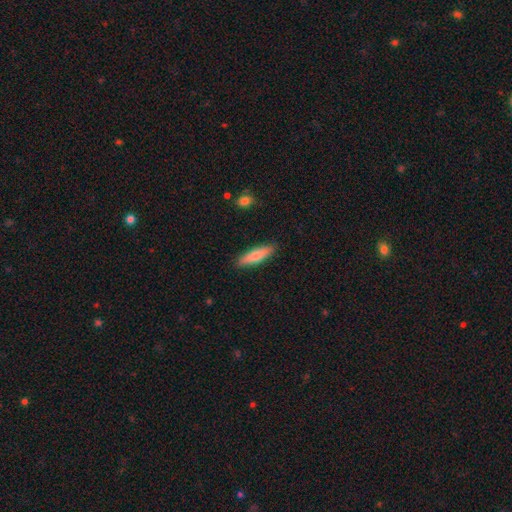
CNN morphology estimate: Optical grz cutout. It shows a smooth galaxy with no disk features (73%) that is cigar-shaped (68%). Merging: none (89%).